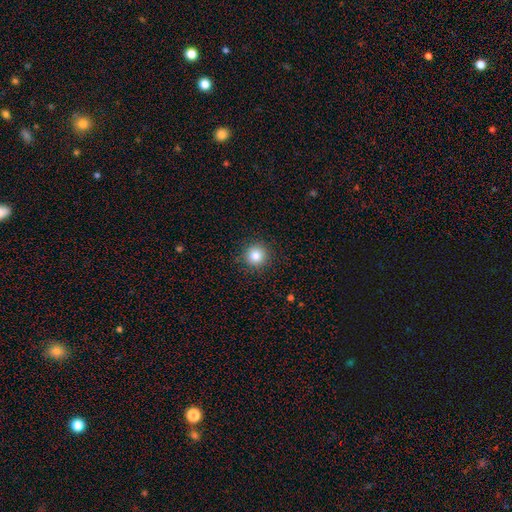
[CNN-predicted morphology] Overall: smooth (83%). How rounded: round (94%). Merging: none (91%).